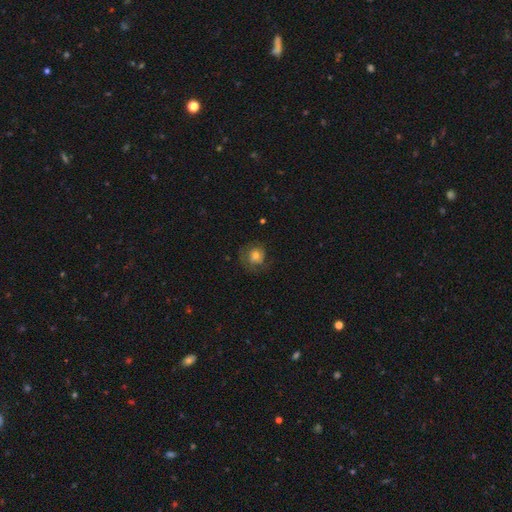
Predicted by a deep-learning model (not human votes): The model was most divided on "smooth or featured": smooth: 62%, featured or disk: 27%, star or artifact: 10%. More confident: how rounded — round (79%); merging — none (63%).